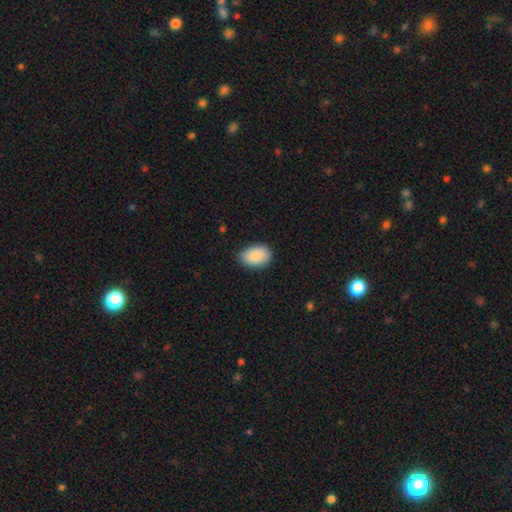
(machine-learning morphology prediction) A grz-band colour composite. It shows a smooth galaxy with no disk features (89%) that is in between round and cigar-shaped (88%). Merging: none (84%).